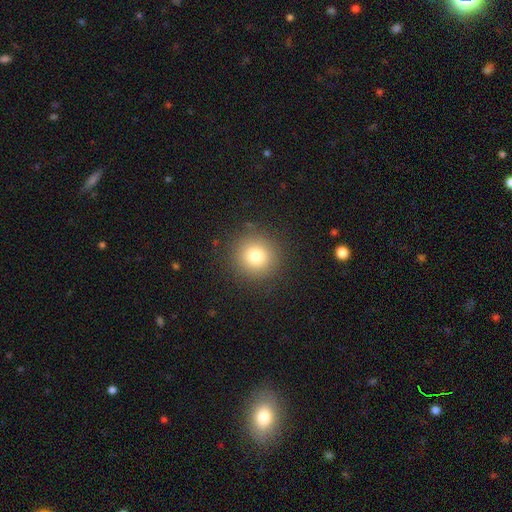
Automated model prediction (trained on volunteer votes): A smooth galaxy with no disk features (78%) that is round (94%).

Vote fractions:
- Smooth or featured? smooth: 78% / star or artifact: 13% / featured or disk: 9%
- How rounded? round: 94% / in between: 6% / cigar-shaped: 1%
- Merging? none: 91% / minor disturbance: 6% / major disturbance: 2% / merger: 1%